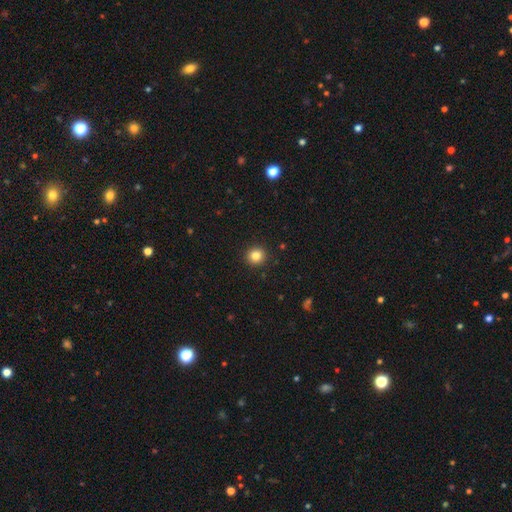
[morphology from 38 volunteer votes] Smooth or featured: smooth — 92% (star or artifact — 5%)
How rounded: round — 100%
Merging: none — 89% (minor disturbance — 6%)